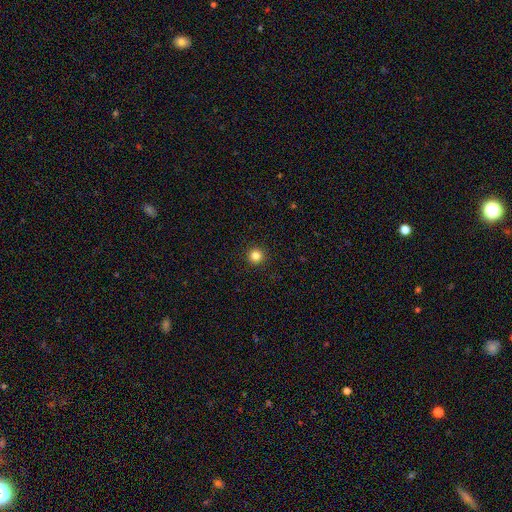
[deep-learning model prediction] Q: Smooth or featured?
A: smooth (84%); runner-up: star or artifact (12%)
Q: How rounded?
A: round (96%); runner-up: in between (3%)
Q: Merging?
A: none (94%); runner-up: minor disturbance (4%)